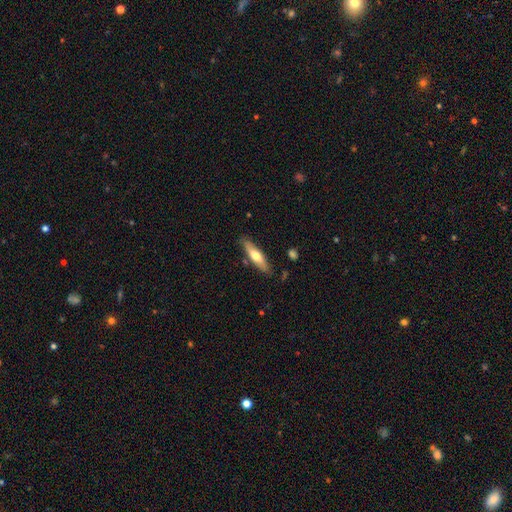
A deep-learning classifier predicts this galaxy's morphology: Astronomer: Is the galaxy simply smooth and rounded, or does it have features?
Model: smooth — 55% (runner-up: featured or disk, 39%).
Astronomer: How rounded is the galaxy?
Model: cigar-shaped — 69%.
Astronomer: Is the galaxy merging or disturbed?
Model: none — 83%.